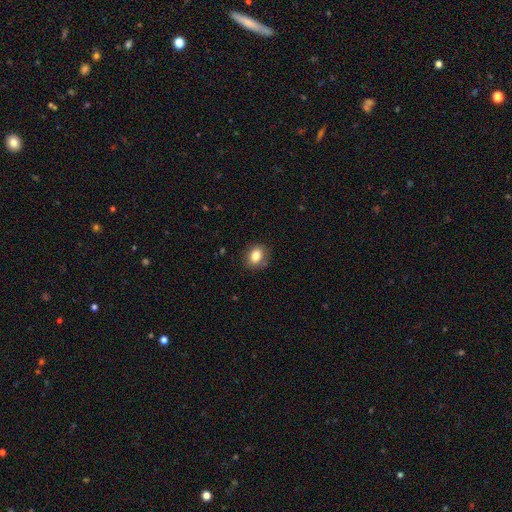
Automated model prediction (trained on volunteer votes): smooth-or-featured: smooth: 83% | star or artifact: 9% | featured or disk: 8%
  how-rounded: in between: 61% | round: 38% | cigar-shaped: 1%
  merging: none: 83% | minor disturbance: 12% | major disturbance: 3% | merger: 1%